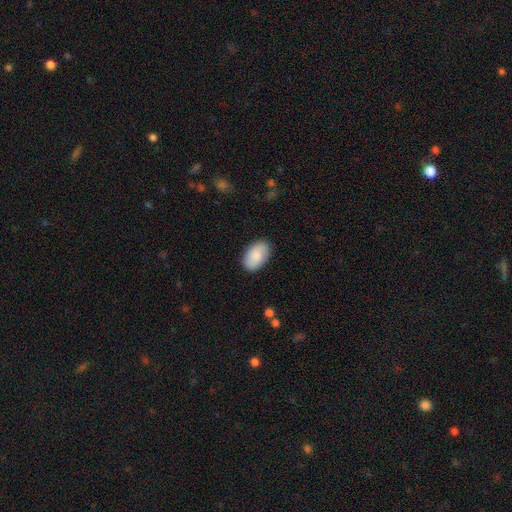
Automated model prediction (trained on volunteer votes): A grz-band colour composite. It shows a smooth galaxy with no disk features (87%) that is in between round and cigar-shaped (94%). Merging: none (87%).